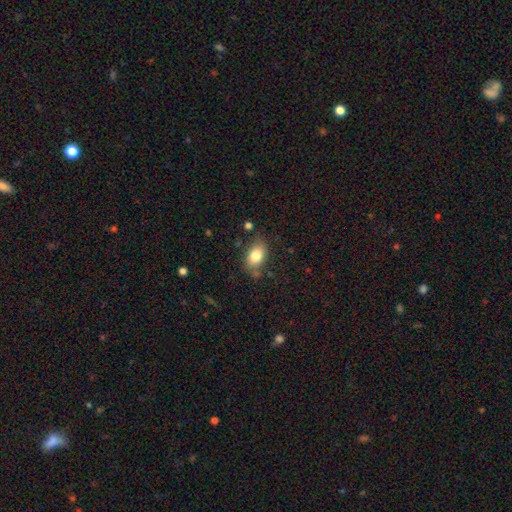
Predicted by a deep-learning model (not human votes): A smooth galaxy with no disk features (81%) that is in between round and cigar-shaped (85%). Merging: none (71%).